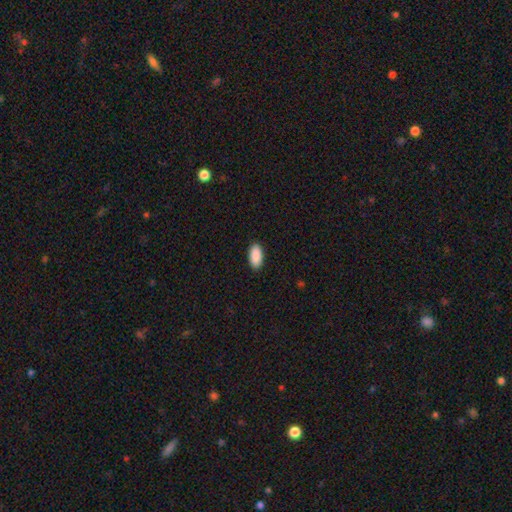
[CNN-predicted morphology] Smooth or featured? Predicted: smooth (p=0.91). How rounded? Predicted: in between (p=0.95). Merging? Predicted: none (p=0.90).